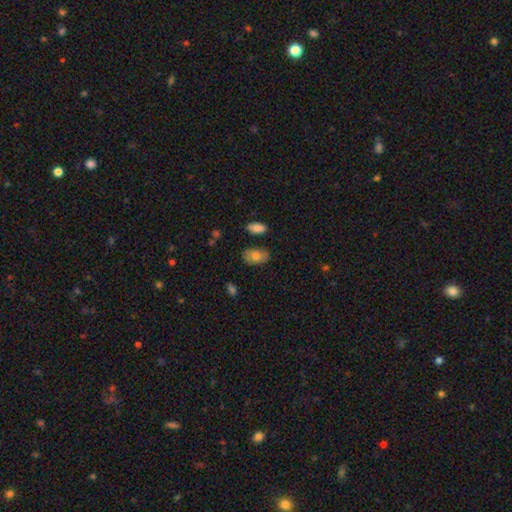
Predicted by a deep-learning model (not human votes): Q: Smooth or featured?
A: smooth (78%); runner-up: featured or disk (15%)
Q: How rounded?
A: in between (91%); runner-up: round (7%)
Q: Merging?
A: none (75%); runner-up: minor disturbance (17%)